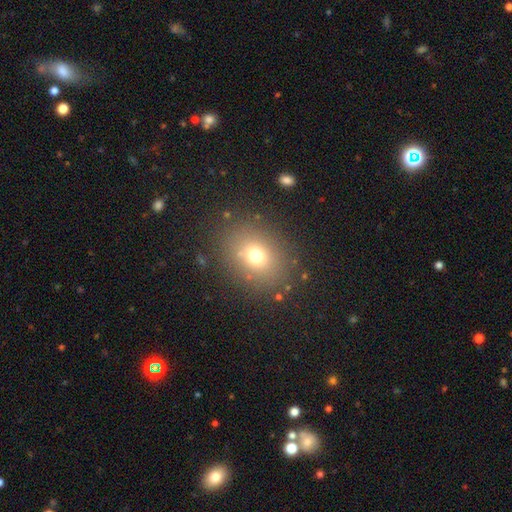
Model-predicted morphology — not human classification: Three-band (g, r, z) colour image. It shows a smooth galaxy with no disk features (70%) that is round (55%). Merging: none (82%).